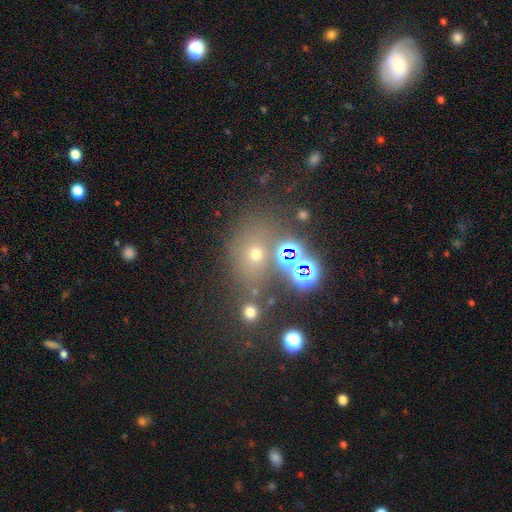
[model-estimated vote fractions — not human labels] A star or artifact, not a galaxy (44%).